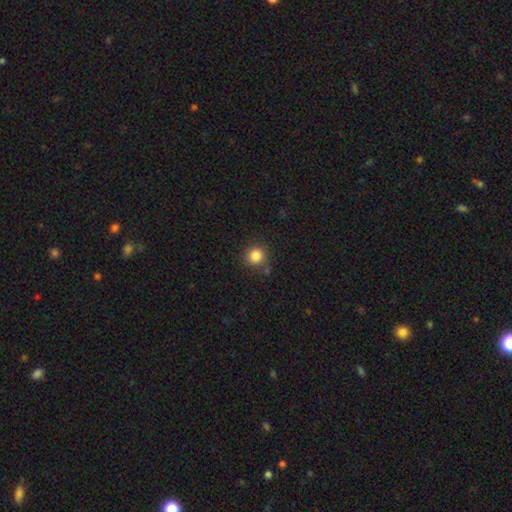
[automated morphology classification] A smooth galaxy with no disk features (85%) that is round (93%).

Vote fractions:
- Smooth or featured? smooth: 85% / star or artifact: 11% / featured or disk: 4%
- How rounded? round: 93% / in between: 6% / cigar-shaped: 1%
- Merging? none: 84% / minor disturbance: 9% / merger: 5% / major disturbance: 3%